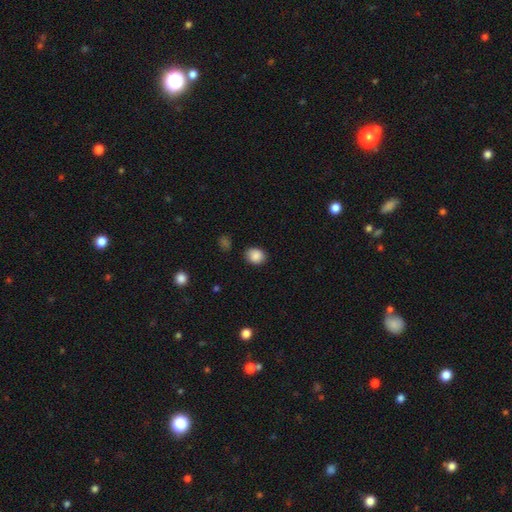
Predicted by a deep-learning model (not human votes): smooth_or_featured: smooth (p=0.87) [alt: star or artifact p=0.09]
how_rounded: round (p=0.60) [alt: in between p=0.39]
merging: none (p=0.84) [alt: minor disturbance p=0.11]